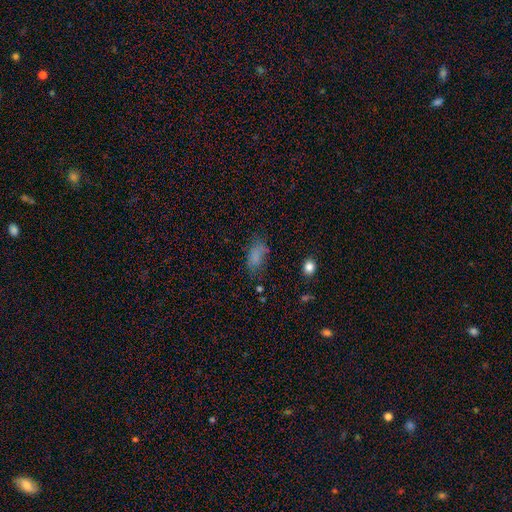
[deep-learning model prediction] A smooth galaxy with no disk features (74%) that is in between round and cigar-shaped (87%).

Vote fractions:
- Smooth or featured? smooth: 74% / star or artifact: 15% / featured or disk: 11%
- How rounded? in between: 87% / round: 6% / cigar-shaped: 6%
- Merging? none: 54% / minor disturbance: 26% / major disturbance: 15% / merger: 4%